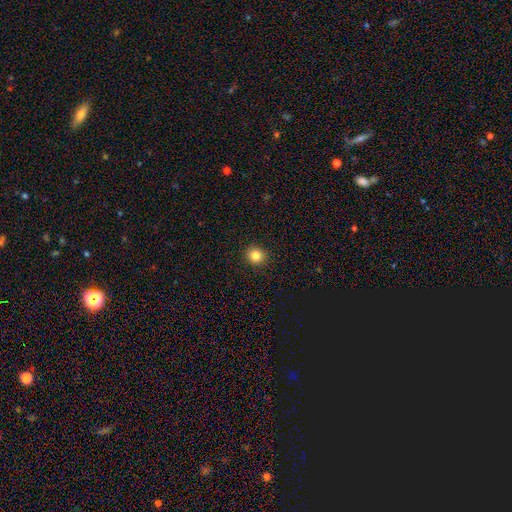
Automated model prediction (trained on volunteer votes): This is clearly a smooth galaxy (84%). How rounded: clearly round (89%). Merging: clearly none (92%).